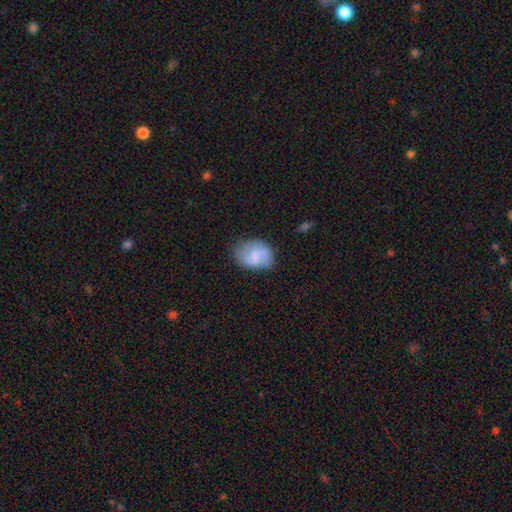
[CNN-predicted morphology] smooth 58%, featured or disk 35%, star or artifact 7%. Down the decision tree: how rounded — in between (71%); merging — none (66%).